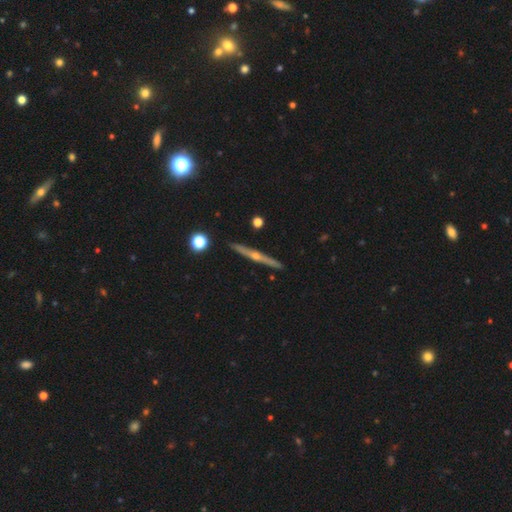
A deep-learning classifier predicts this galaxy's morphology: Smooth or featured: featured or disk — 75% (smooth — 15%)
Edge-on disk: yes — 96% (no — 4%)
Edge-on bulge: rounded — 83% (none — 11%)
Merging: none — 88% (minor disturbance — 7%)